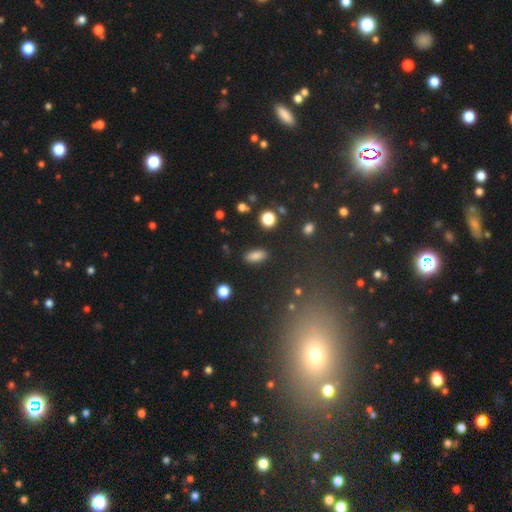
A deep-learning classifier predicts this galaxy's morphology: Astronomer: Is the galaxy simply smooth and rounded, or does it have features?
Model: smooth — 84%.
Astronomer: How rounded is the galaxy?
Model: in between — 84%.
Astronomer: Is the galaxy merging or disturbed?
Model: none — 87%.